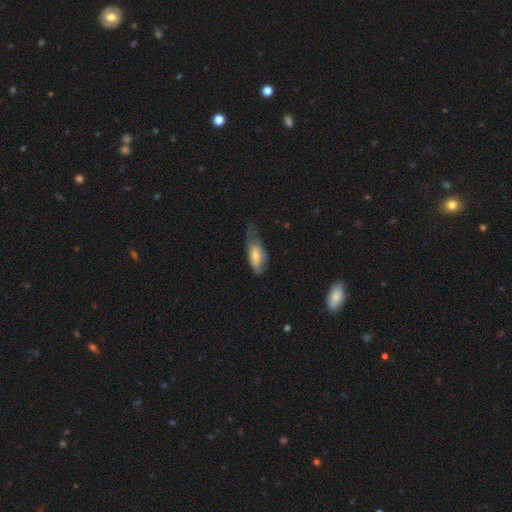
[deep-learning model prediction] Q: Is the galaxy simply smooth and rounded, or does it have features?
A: smooth — 68%.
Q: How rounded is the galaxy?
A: in between — 79%.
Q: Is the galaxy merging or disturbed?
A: minor disturbance — 39%.